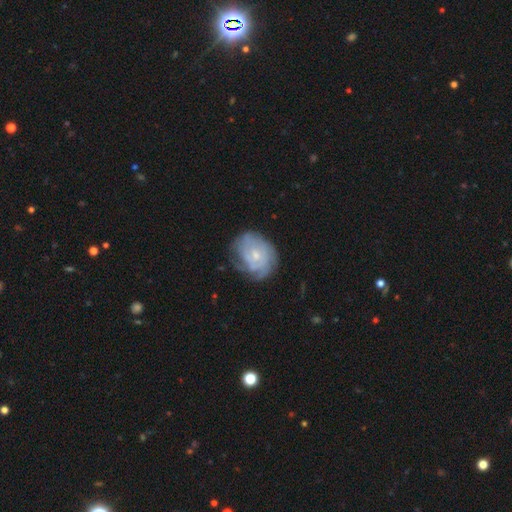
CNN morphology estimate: This appears to be a featured or disk galaxy (69%) with no bar (73%), tight (64%) spiral arms (84%) and a small central bulge (64%). Merging: none (61%).